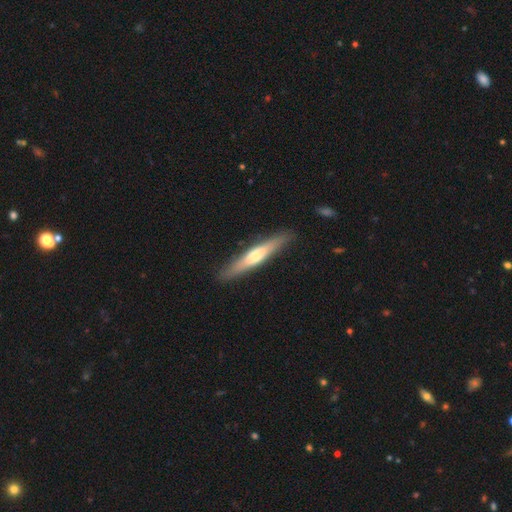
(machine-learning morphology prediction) type=smooth (48%); merging=none (88%).